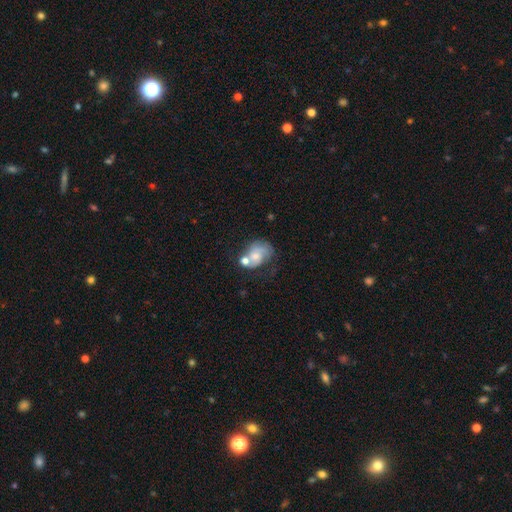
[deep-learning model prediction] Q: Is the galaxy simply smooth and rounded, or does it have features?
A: featured or disk — 47%.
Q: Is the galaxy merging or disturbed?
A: merger — 31%.